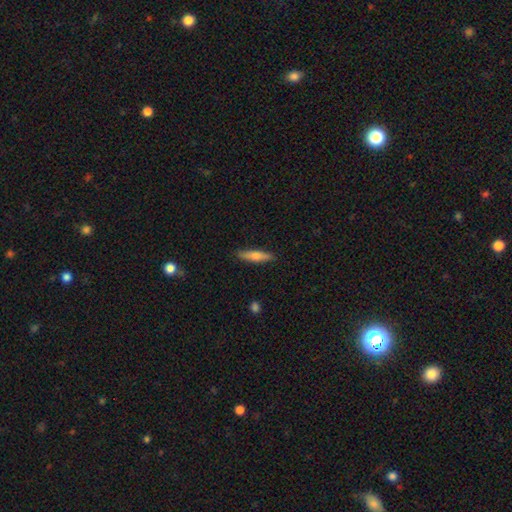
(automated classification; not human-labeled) smooth-or-featured: smooth: 59% | featured or disk: 35% | star or artifact: 6%
  how-rounded: cigar-shaped: 82% | in between: 16% | round: 2%
  merging: none: 89% | minor disturbance: 8% | major disturbance: 2% | merger: 1%